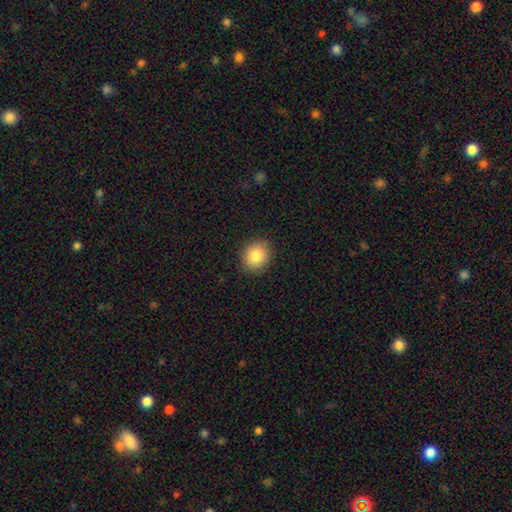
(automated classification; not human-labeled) A smooth galaxy with no disk features (83%) that is round (69%).

Vote fractions:
- Smooth or featured? smooth: 83% / star or artifact: 9% / featured or disk: 8%
- How rounded? round: 69% / in between: 30% / cigar-shaped: 1%
- Merging? none: 89% / minor disturbance: 8% / major disturbance: 2% / merger: 1%